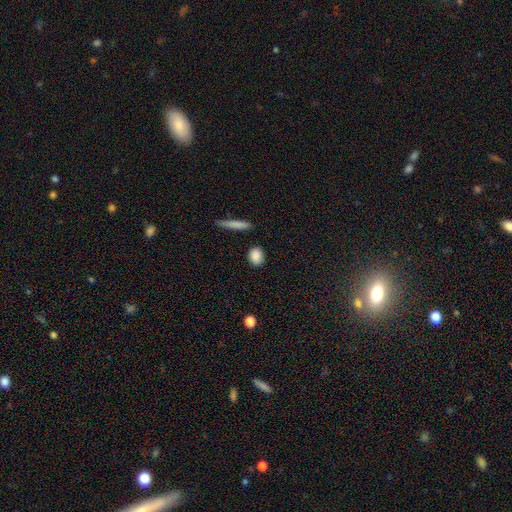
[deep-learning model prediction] Smooth or featured: smooth — 88% (star or artifact — 7%)
How rounded: in between — 60% (round — 35%)
Merging: none — 87% (minor disturbance — 9%)